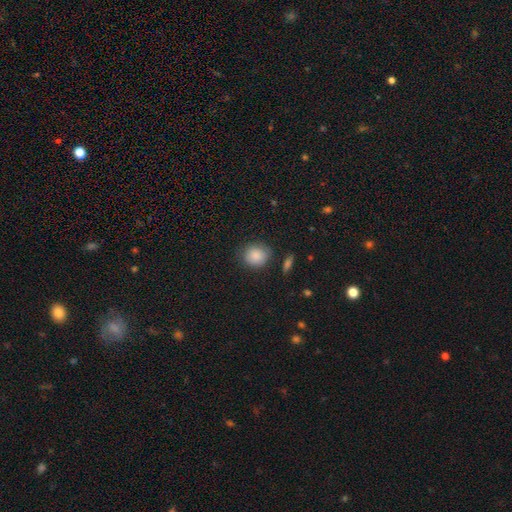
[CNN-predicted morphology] smooth_or_featured: smooth (p=0.88) [alt: star or artifact p=0.08]
how_rounded: round (p=0.78) [alt: in between p=0.21]
merging: none (p=0.82) [alt: minor disturbance p=0.12]